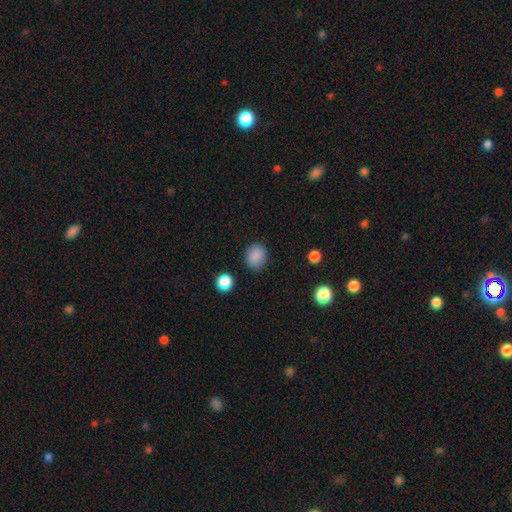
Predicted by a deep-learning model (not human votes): Q: Smooth or featured?
A: smooth (87%); runner-up: star or artifact (10%)
Q: How rounded?
A: round (71%); runner-up: in between (28%)
Q: Merging?
A: none (85%); runner-up: minor disturbance (11%)